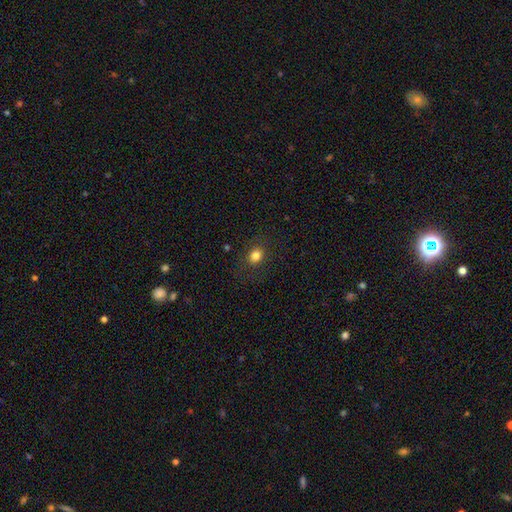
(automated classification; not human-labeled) Smooth or featured? smooth (81%)
How rounded? round (61%)
Merging? none (83%)